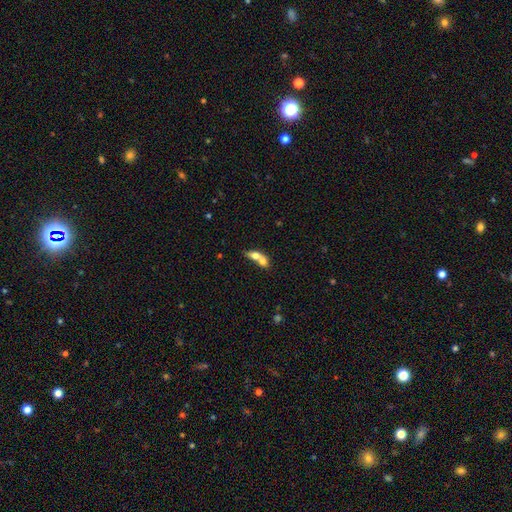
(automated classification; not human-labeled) Smooth or featured? smooth (67%)
How rounded? in between (68%)
Merging? merger (73%)